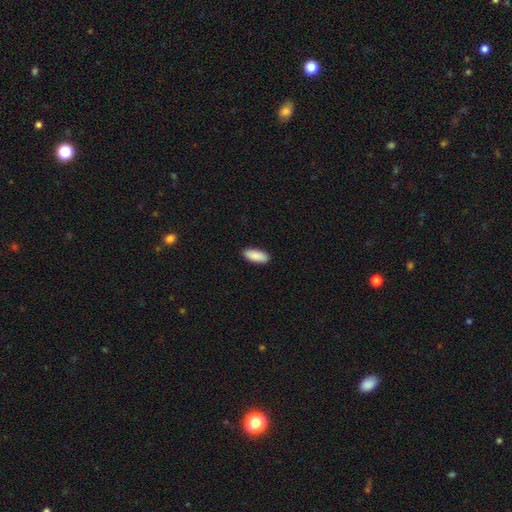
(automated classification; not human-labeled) A smooth galaxy with no disk features (90%) that is in between round and cigar-shaped (84%). Merging: none (90%).